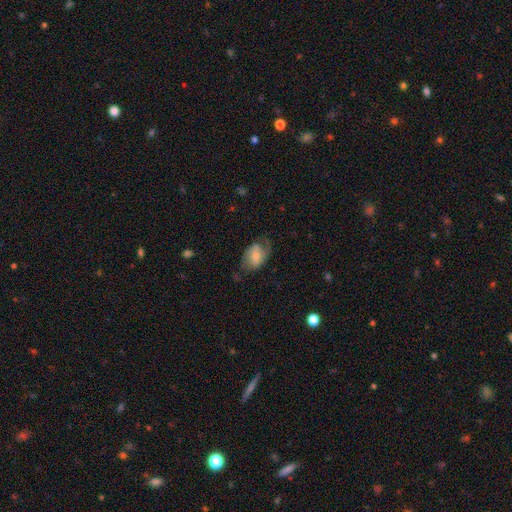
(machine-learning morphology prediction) This appears to be a featured or disk galaxy (51%). Merging: none (58%).